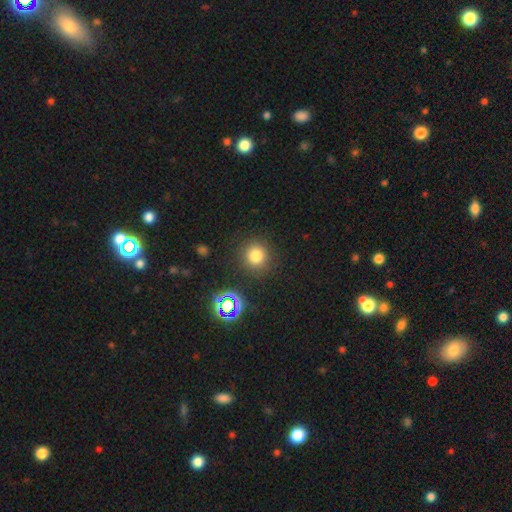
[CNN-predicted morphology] Smooth or featured: smooth — 76% (star or artifact — 18%)
How rounded: round — 92% (in between — 7%)
Merging: none — 88% (minor disturbance — 7%)